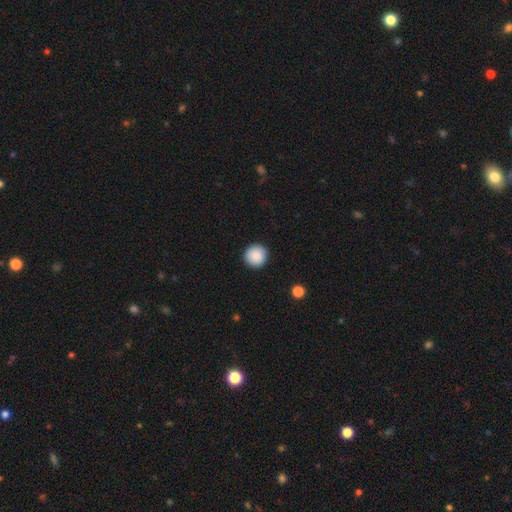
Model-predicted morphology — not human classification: Overall: smooth (88%). How rounded: round (95%). Merging: none (93%).